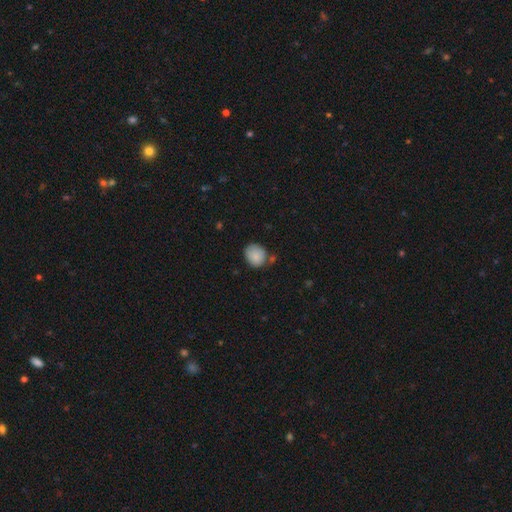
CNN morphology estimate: Overall: smooth (85%). How rounded: round (66%; in between 33%). Merging: none (65%).